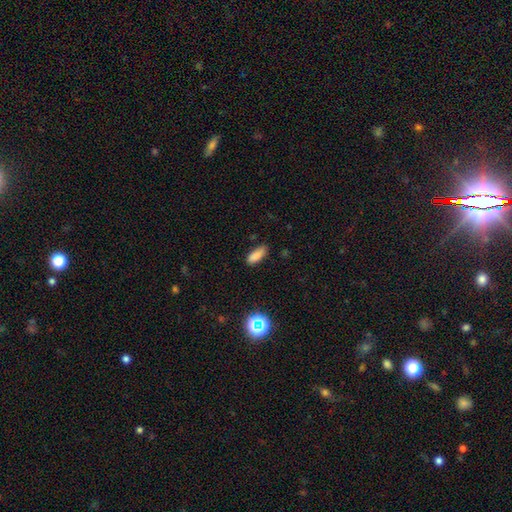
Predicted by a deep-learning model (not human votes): A smooth galaxy with no disk features (83%) that is in between round and cigar-shaped (80%).

Vote fractions:
- Smooth or featured? smooth: 83% / star or artifact: 12% / featured or disk: 5%
- How rounded? in between: 80% / cigar-shaped: 17% / round: 3%
- Merging? none: 77% / minor disturbance: 18% / major disturbance: 3% / merger: 2%